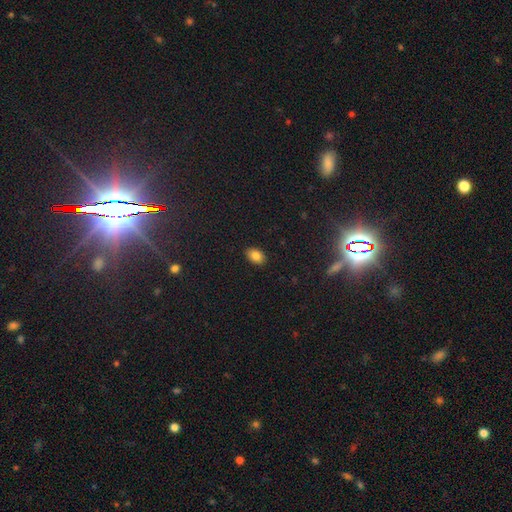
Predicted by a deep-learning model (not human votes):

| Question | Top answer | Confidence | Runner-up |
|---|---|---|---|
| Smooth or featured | smooth | 84% | star or artifact (9%) |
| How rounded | in between | 87% | round (12%) |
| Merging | none | 89% | minor disturbance (8%) |